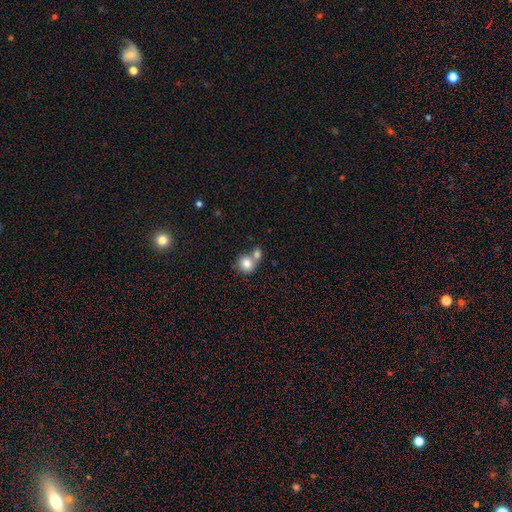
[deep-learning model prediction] The model was most divided on "merging": none: 50%, merger: 38%, minor disturbance: 8%, major disturbance: 4%. More confident: how rounded — round (83%); smooth or featured — smooth (72%).